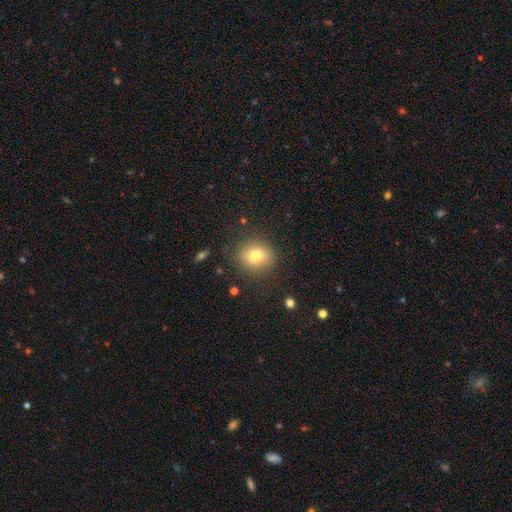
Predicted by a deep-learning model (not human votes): This is likely a smooth galaxy (77%). How rounded: likely round (76%). Merging: clearly none (84%).